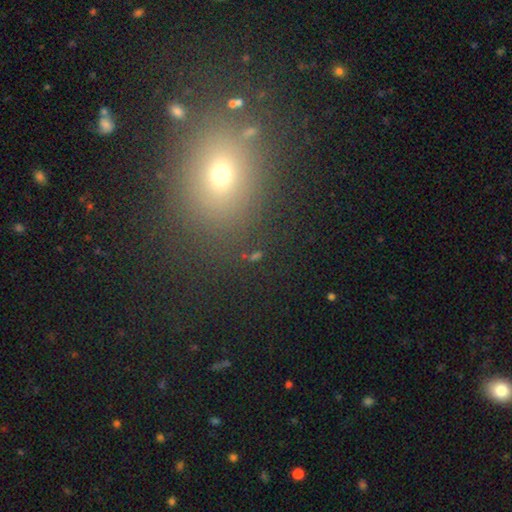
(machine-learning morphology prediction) This is possibly a smooth galaxy (47%). Merging: likely none (77%).